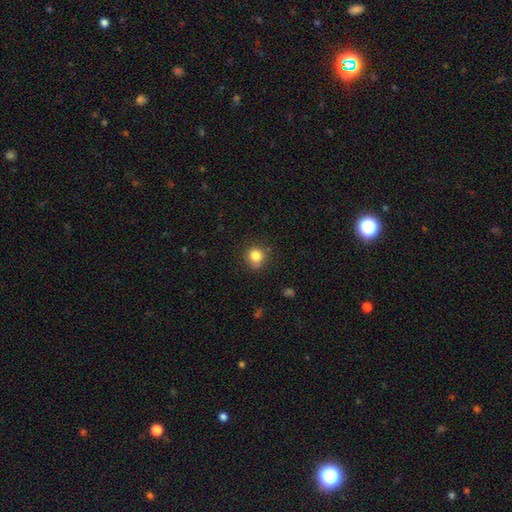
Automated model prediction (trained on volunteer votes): Morphology: type=smooth (83%); roundness=round (88%); merging=none (76%).